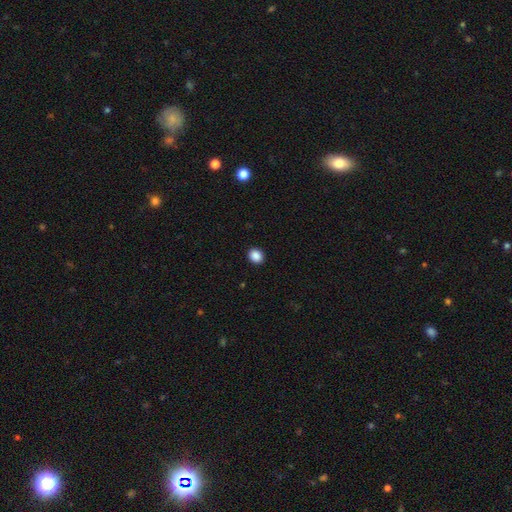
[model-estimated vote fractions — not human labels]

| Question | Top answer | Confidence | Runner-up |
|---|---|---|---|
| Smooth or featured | smooth | 89% | star or artifact (9%) |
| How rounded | round | 68% | in between (31%) |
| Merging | none | 92% | minor disturbance (5%) |